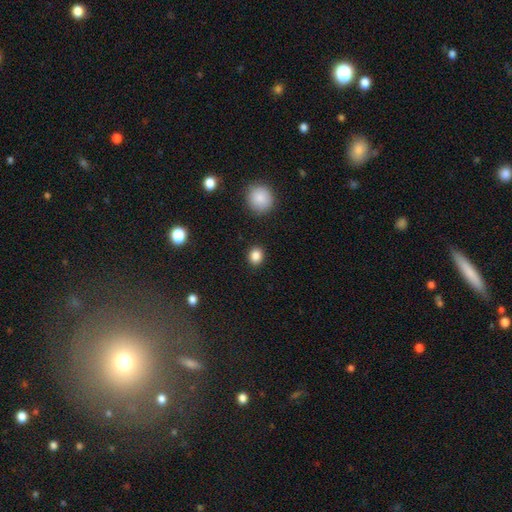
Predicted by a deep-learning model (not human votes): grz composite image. It shows a smooth galaxy with no disk features (86%) that is round (70%). Merging: none (90%).